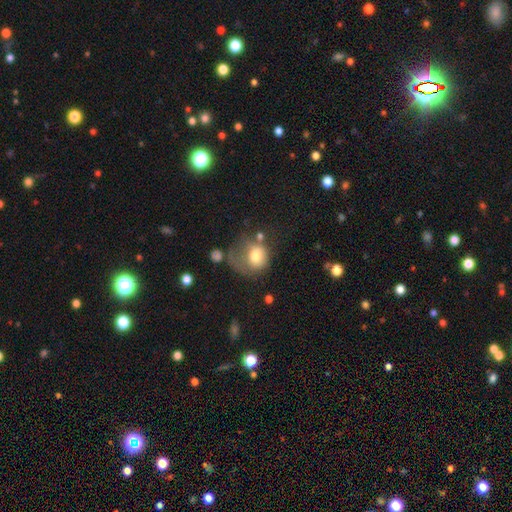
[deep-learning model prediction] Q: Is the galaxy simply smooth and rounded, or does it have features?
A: smooth — 70%.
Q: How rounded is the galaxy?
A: round — 64%.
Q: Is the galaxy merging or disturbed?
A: major disturbance — 41%.